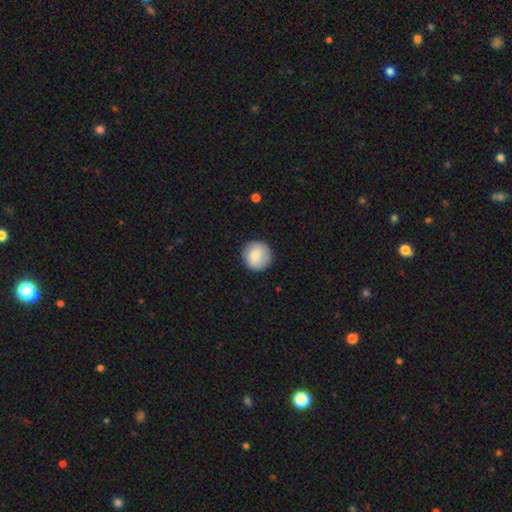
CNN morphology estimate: Smooth or featured: smooth — 84% (featured or disk — 9%)
How rounded: round — 94% (in between — 5%)
Merging: none — 88% (minor disturbance — 9%)